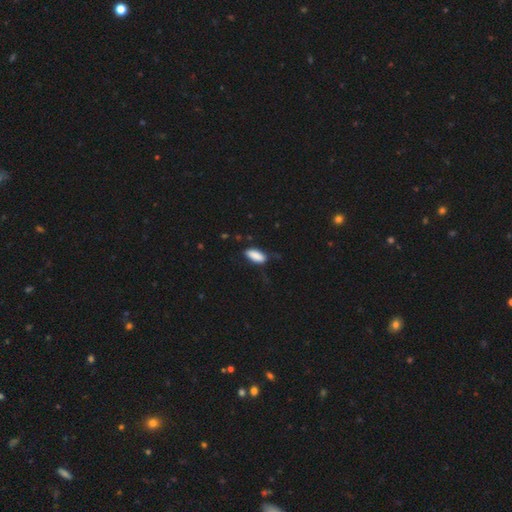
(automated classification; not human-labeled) Morphology: type=smooth (88%); roundness=in between (82%); merging=none (71%).